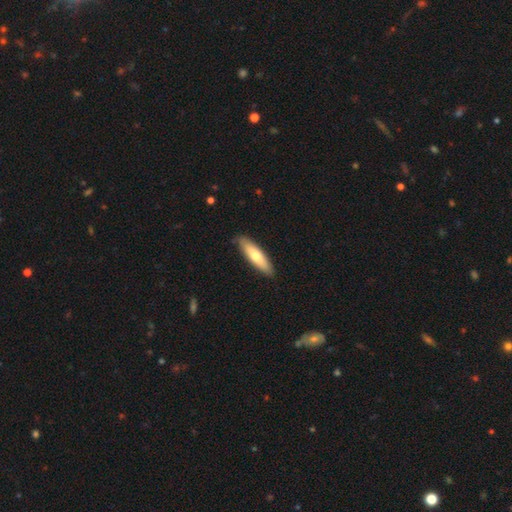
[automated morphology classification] A smooth galaxy with no disk features (65%) that is cigar-shaped (66%). Merging: none (85%).